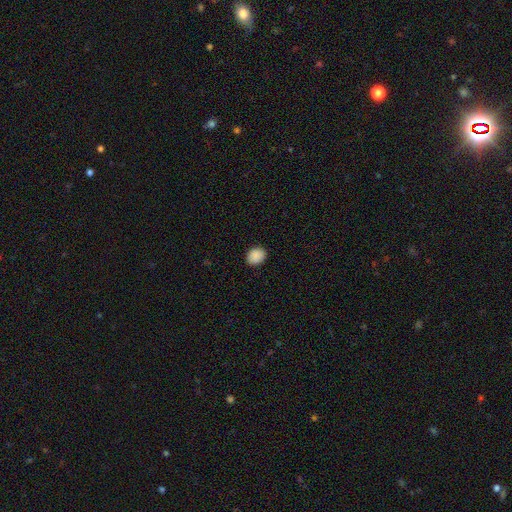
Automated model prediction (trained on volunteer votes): smooth_or_featured: smooth (p=0.90) [alt: star or artifact p=0.08]
how_rounded: round (p=0.52) [alt: in between p=0.47]
merging: none (p=0.89) [alt: minor disturbance p=0.08]